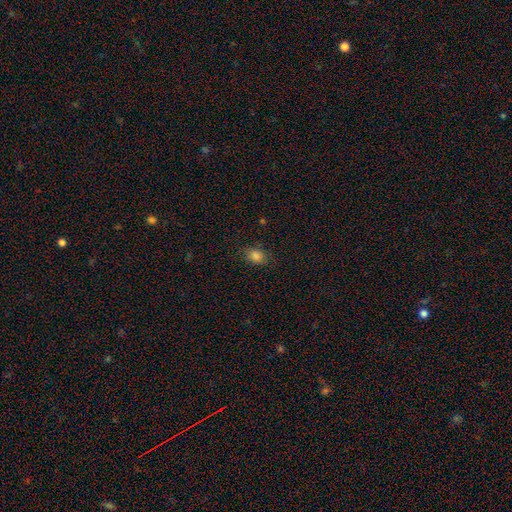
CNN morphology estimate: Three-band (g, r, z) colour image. It shows a smooth galaxy with no disk features (83%) that is in between round and cigar-shaped (71%). Merging: none (83%).